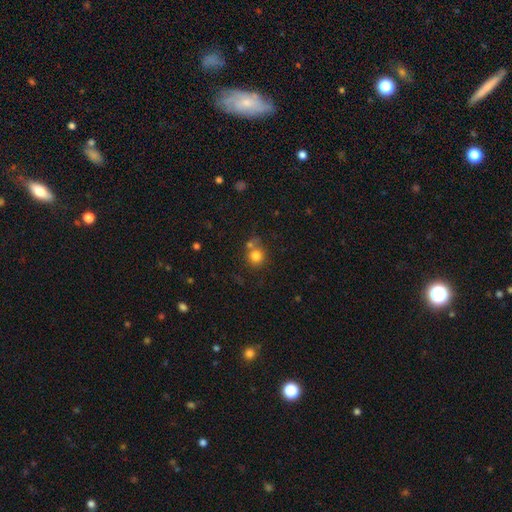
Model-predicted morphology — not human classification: smooth_or_featured: smooth (p=0.80) [alt: star or artifact p=0.11]
how_rounded: round (p=0.86) [alt: in between p=0.13]
merging: none (p=0.57) [alt: merger p=0.26]